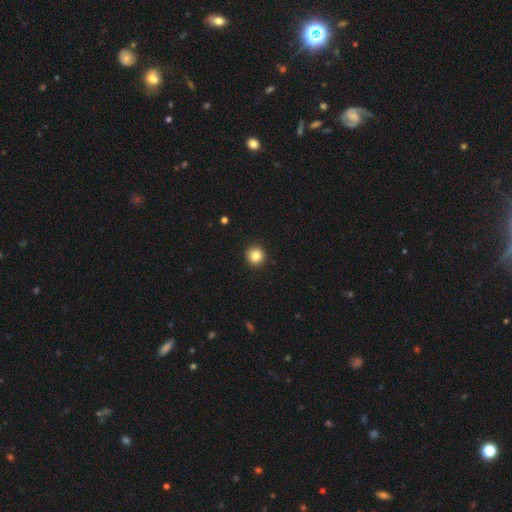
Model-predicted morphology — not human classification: The model was most divided on "smooth or featured": smooth: 84%, star or artifact: 10%, featured or disk: 5%. More confident: how rounded — round (95%); merging — none (93%).